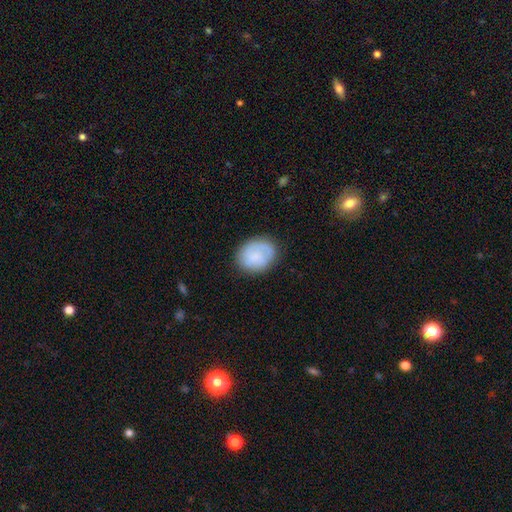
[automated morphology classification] Smooth or featured: smooth — 59% (featured or disk — 34%)
How rounded: round — 55% (in between — 44%)
Merging: none — 75% (minor disturbance — 17%)